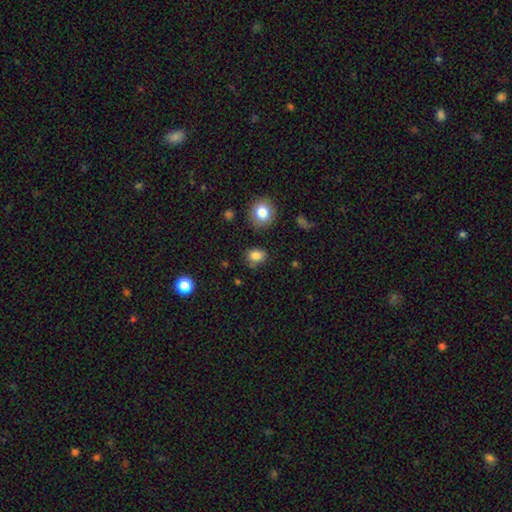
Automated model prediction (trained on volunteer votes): Smooth or featured?
  - smooth: 83% *
  - star or artifact: 11%
  - featured or disk: 6%
How rounded?
  - in between: 49% * (tied)
  - round: 49% * (tied)
  - cigar-shaped: 1%
Merging?
  - none: 72% *
  - minor disturbance: 20%
  - major disturbance: 5%
  - merger: 3%